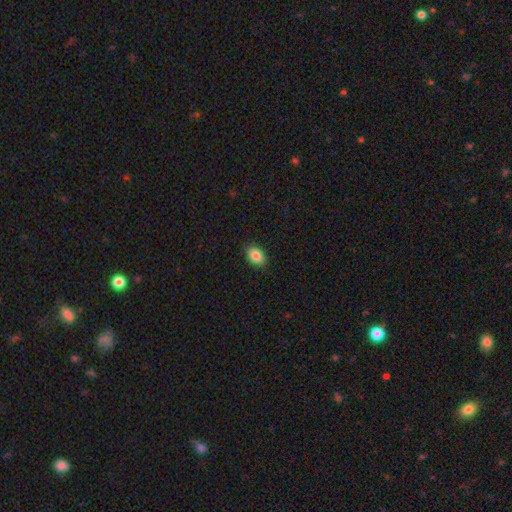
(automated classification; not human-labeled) Smooth or featured?
  - smooth: 86% *
  - star or artifact: 8%
  - featured or disk: 5%
How rounded?
  - in between: 80% *
  - round: 19%
  - cigar-shaped: 1%
Merging?
  - none: 89% *
  - minor disturbance: 8%
  - major disturbance: 2%
  - merger: 1%